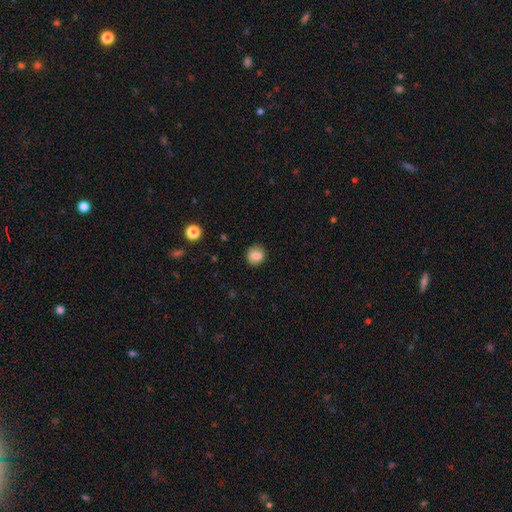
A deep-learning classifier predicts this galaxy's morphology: type=smooth (83%); roundness=round (86%); merging=none (88%).